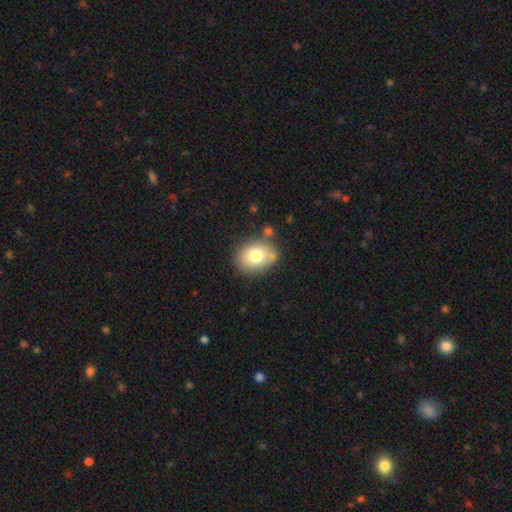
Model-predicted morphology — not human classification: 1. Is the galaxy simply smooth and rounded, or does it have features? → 75% smooth, 15% featured or disk, 10% star or artifact.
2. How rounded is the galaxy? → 51% in between, 48% round, 1% cigar-shaped.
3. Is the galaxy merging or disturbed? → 77% none, 14% minor disturbance, 5% merger, 4% major disturbance.